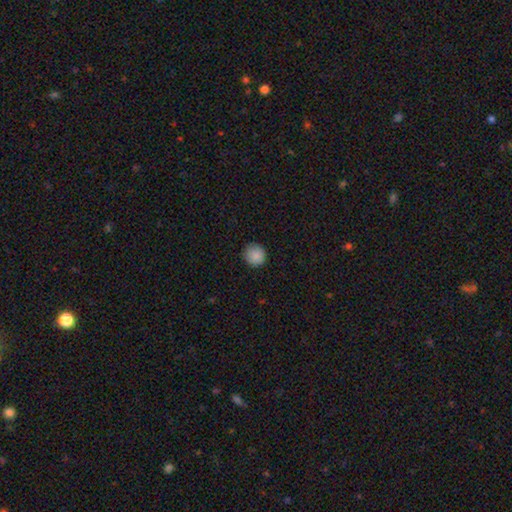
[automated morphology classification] Smooth or featured?
  - smooth: 87% *
  - star or artifact: 9%
  - featured or disk: 4%
How rounded?
  - round: 93% *
  - in between: 6%
  - cigar-shaped: 1%
Merging?
  - none: 89% *
  - minor disturbance: 8%
  - major disturbance: 2%
  - merger: 1%